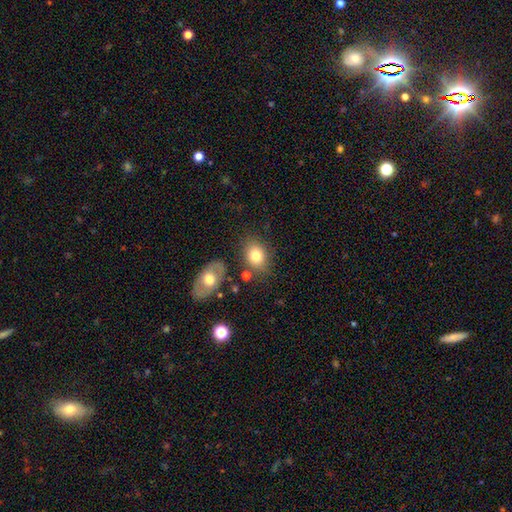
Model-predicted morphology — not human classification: smooth 78%, featured or disk 13%, star or artifact 9%. Down the decision tree: how rounded — in between (68%); merging — none (73%).